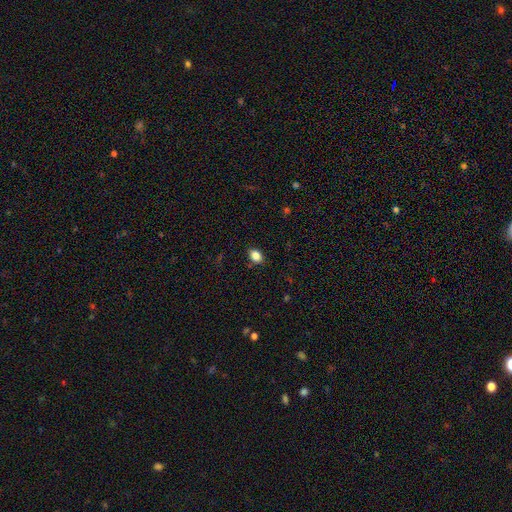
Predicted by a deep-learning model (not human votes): Smooth or featured? Predicted: smooth (p=0.85). How rounded? Predicted: in between (p=0.75). Merging? Predicted: none (p=0.86).